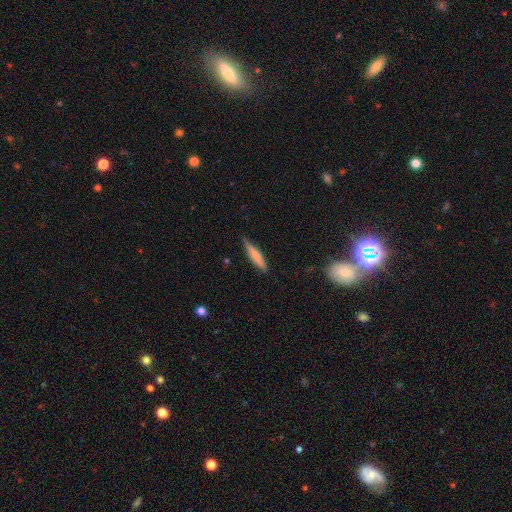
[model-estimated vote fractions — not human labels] smooth 66%, featured or disk 27%, star or artifact 6%. Down the decision tree: how rounded — cigar-shaped (87%); merging — none (82%).